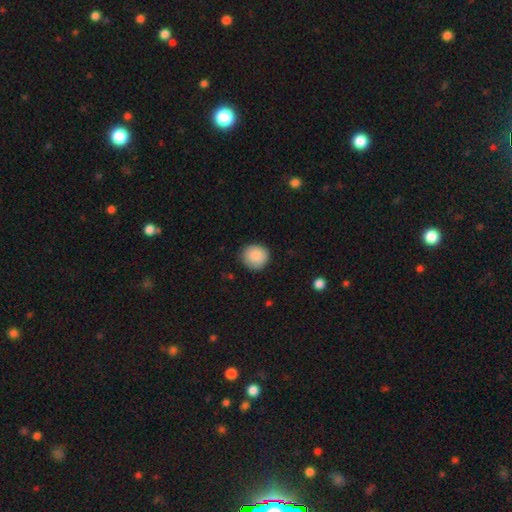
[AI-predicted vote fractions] Smooth or featured? Predicted: smooth (p=0.88). How rounded? Predicted: round (p=0.92). Merging? Predicted: none (p=0.86).